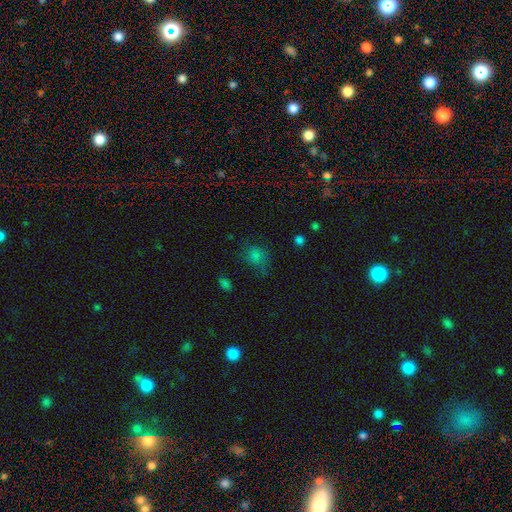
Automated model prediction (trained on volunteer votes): The model was most divided on "how rounded": round: 66%, in between: 33%, cigar-shaped: 1%. More confident: smooth or featured — smooth (67%); merging — none (58%).